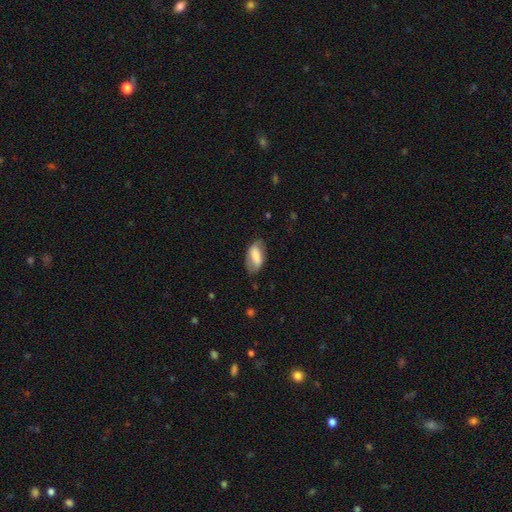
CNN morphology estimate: Q: Smooth or featured?
A: smooth (68%); runner-up: featured or disk (25%)
Q: How rounded?
A: in between (89%); runner-up: cigar-shaped (8%)
Q: Merging?
A: none (70%); runner-up: minor disturbance (22%)